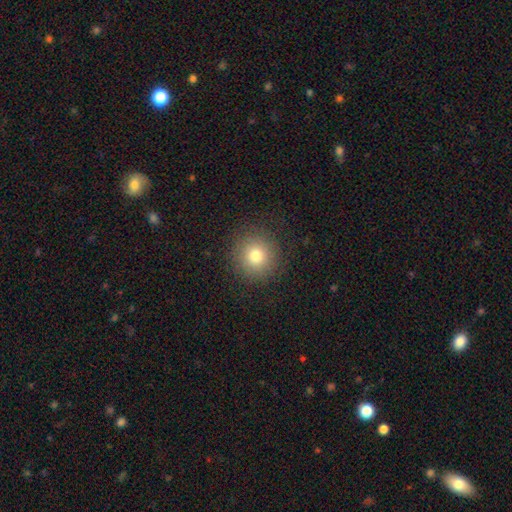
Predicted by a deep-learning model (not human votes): smooth_or_featured: smooth (p=0.76) [alt: star or artifact p=0.14]
how_rounded: round (p=0.94) [alt: in between p=0.05]
merging: none (p=0.89) [alt: minor disturbance p=0.07]